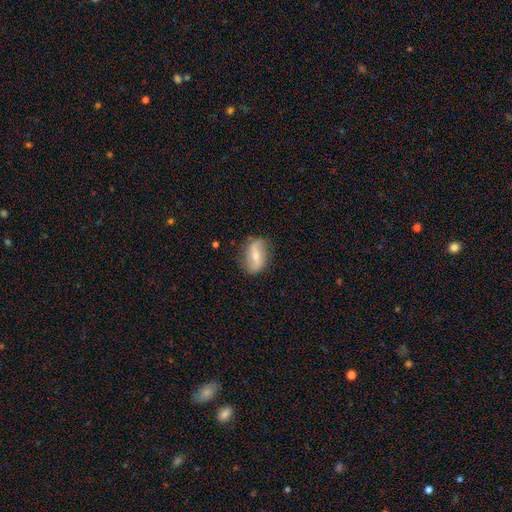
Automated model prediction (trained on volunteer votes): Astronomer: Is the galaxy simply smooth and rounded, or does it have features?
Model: featured or disk — 60%.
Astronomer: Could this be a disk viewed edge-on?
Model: no — 91%.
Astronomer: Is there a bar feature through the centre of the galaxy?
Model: strong — 46% (runner-up: weak, 32%).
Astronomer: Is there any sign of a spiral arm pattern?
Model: yes — 70%.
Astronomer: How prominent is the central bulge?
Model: moderate — 50% (runner-up: small, 45%).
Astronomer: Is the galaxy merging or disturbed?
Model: none — 77%.